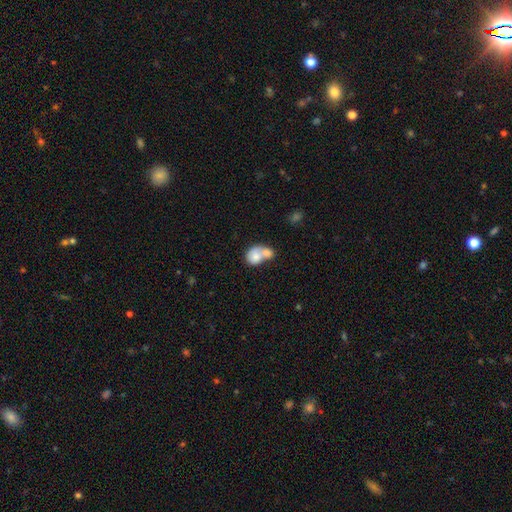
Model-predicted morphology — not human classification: smooth 70%, featured or disk 23%, star or artifact 7%. Down the decision tree: how rounded — in between (51%); merging — merger (74%).